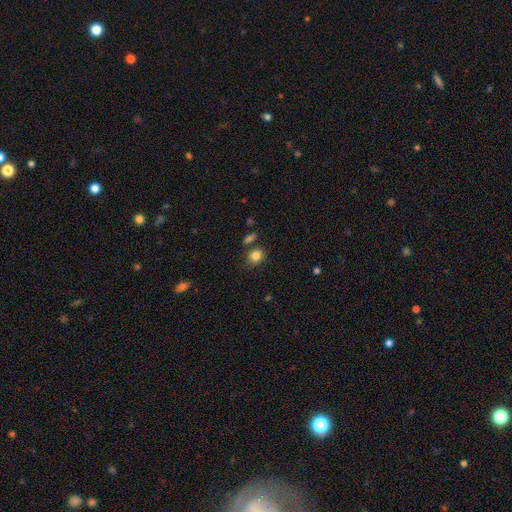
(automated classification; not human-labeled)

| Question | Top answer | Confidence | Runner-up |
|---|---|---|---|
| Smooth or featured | smooth | 83% | star or artifact (11%) |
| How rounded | round | 63% | in between (36%) |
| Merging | none | 71% | minor disturbance (15%) |